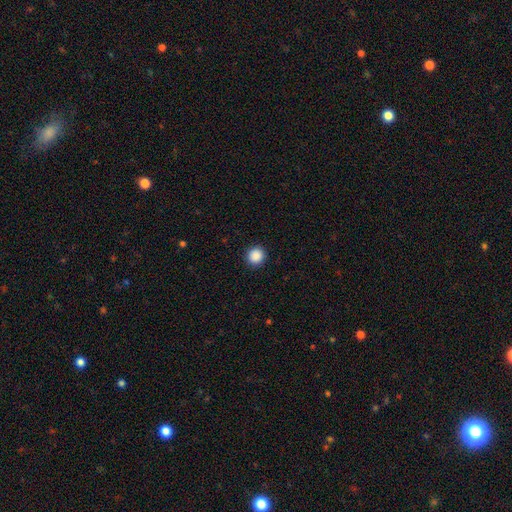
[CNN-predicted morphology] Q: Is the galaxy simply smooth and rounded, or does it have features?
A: smooth — 89%.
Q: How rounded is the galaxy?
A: round — 93%.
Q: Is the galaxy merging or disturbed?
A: none — 92%.